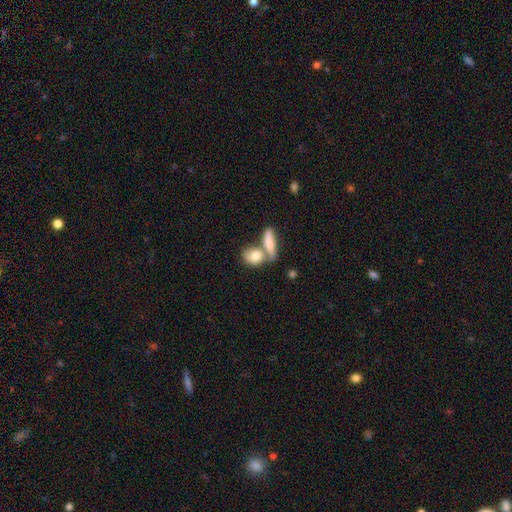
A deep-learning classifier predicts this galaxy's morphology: Overall: smooth (79%). How rounded: in between (66%). Merging: merger (49%; none 35%).